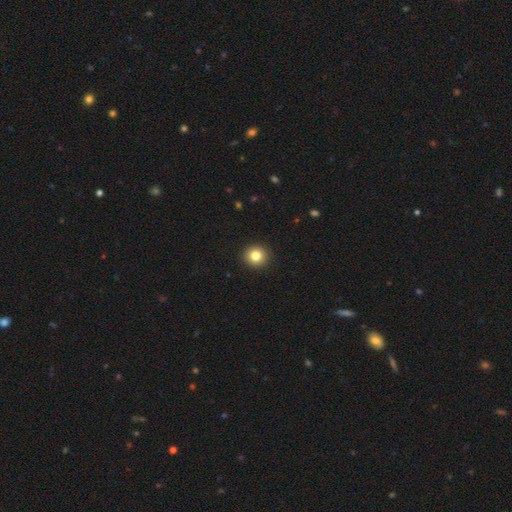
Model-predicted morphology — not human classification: A smooth galaxy with no disk features (82%) that is round (91%). Merging: none (93%).